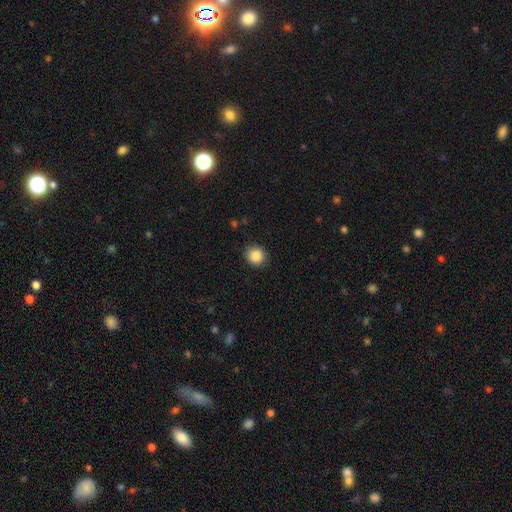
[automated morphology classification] type=smooth (87%); roundness=round (87%); merging=none (88%).